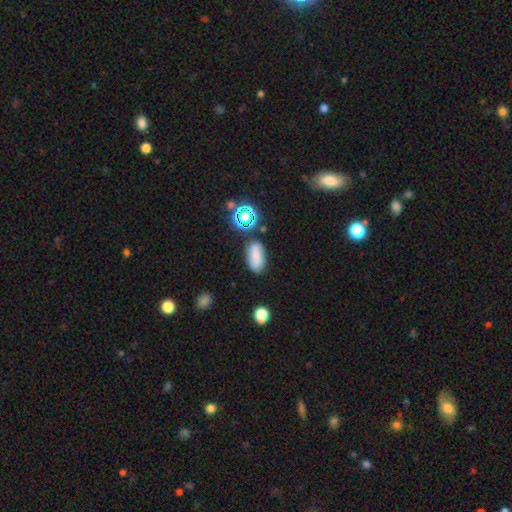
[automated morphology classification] This appears to be a smooth galaxy with no disk features (67%) that is in between round and cigar-shaped (87%). Merging: none (71%).